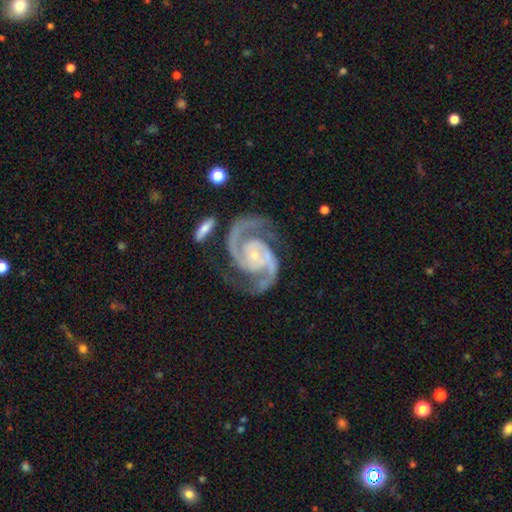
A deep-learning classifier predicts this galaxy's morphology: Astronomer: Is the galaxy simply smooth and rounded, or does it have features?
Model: featured or disk — 94%.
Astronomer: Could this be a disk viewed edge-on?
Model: no — 98%.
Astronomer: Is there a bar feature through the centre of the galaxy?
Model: no — 62%.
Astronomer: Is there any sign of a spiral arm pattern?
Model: yes — 99%.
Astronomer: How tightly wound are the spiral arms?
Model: medium — 55% (runner-up: tight, 37%).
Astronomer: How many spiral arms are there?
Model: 2 — 93%.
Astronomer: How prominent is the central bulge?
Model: small — 77%.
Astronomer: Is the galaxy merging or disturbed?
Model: none — 75%.